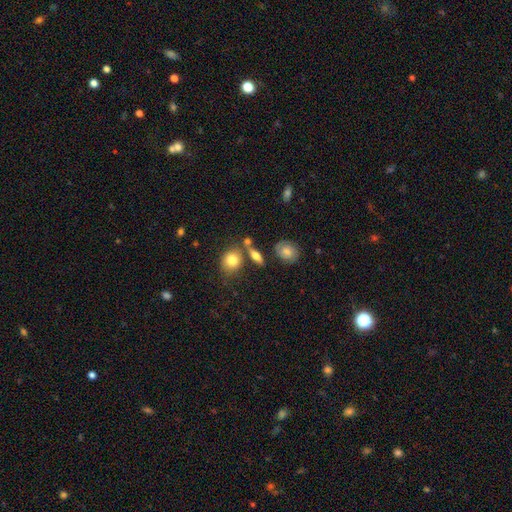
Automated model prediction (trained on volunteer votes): Overall: smooth (73%). How rounded: in between (51%; round 34%). Merging: none (65%).